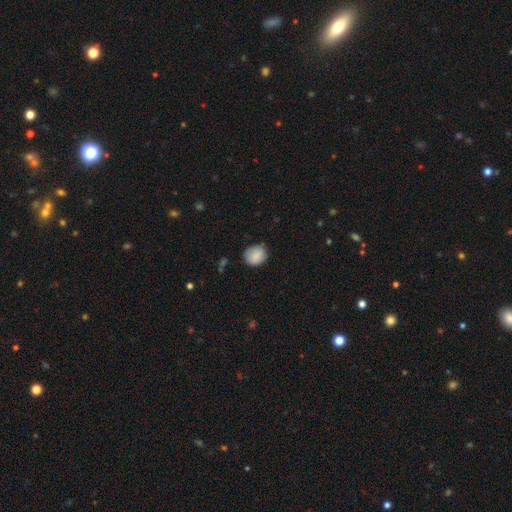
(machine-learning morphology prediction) Smooth or featured?
  - smooth: 87% *
  - star or artifact: 8%
  - featured or disk: 6%
How rounded?
  - round: 71% *
  - in between: 28%
  - cigar-shaped: 1%
Merging?
  - none: 79% *
  - minor disturbance: 17%
  - major disturbance: 3%
  - merger: 1%